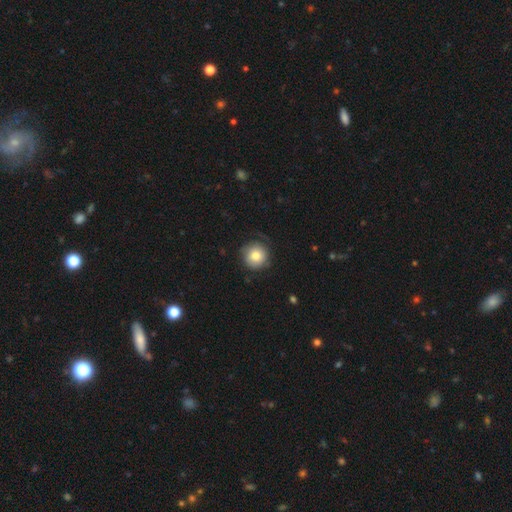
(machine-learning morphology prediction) The model was most divided on "merging": none: 76%, minor disturbance: 17%, major disturbance: 5%, merger: 1%. More confident: how rounded — round (95%); smooth or featured — smooth (80%).